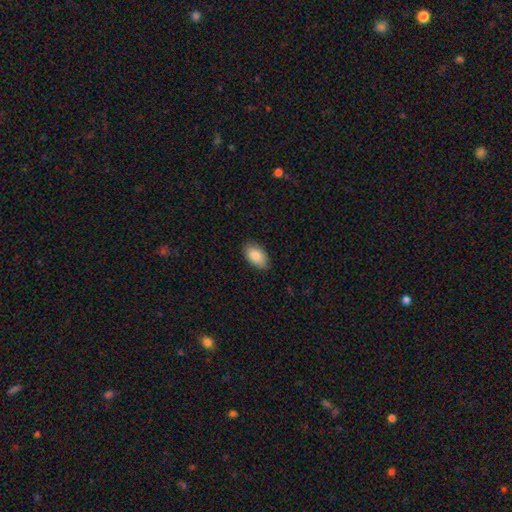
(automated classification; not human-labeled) A smooth galaxy with no disk features (87%) that is in between round and cigar-shaped (94%). Merging: none (86%).